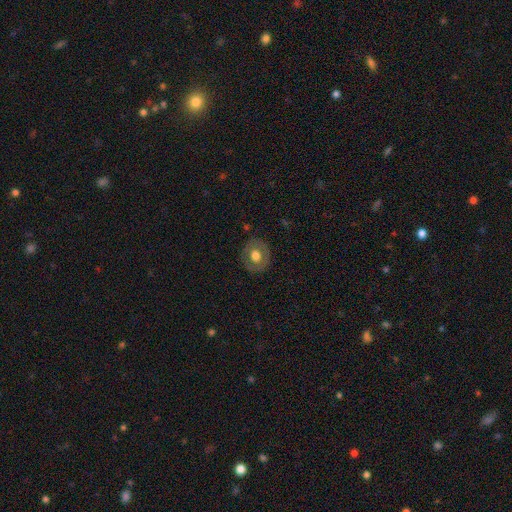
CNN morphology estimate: A smooth galaxy with no disk features (56%) that is round (69%). Merging: none (84%).